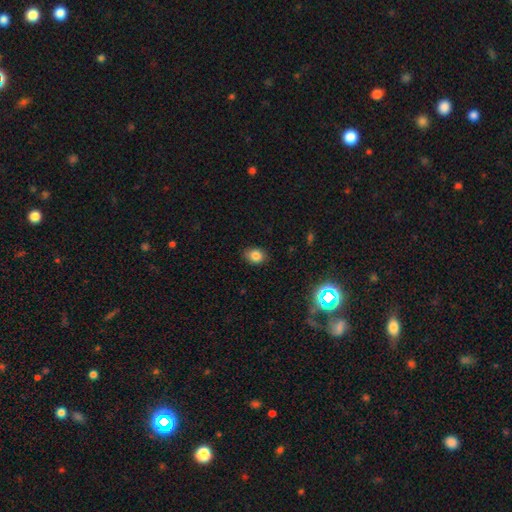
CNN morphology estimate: Smooth or featured? Predicted: smooth (p=0.81). How rounded? Predicted: round (p=0.50). Merging? Predicted: none (p=0.83).